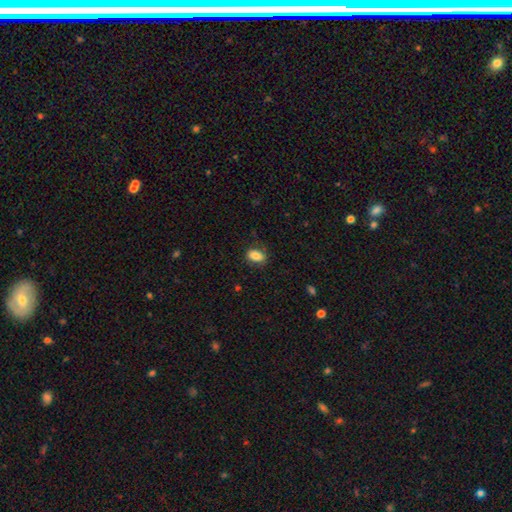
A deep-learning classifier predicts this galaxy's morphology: type=smooth (83%); roundness=in between (85%); merging=none (80%).